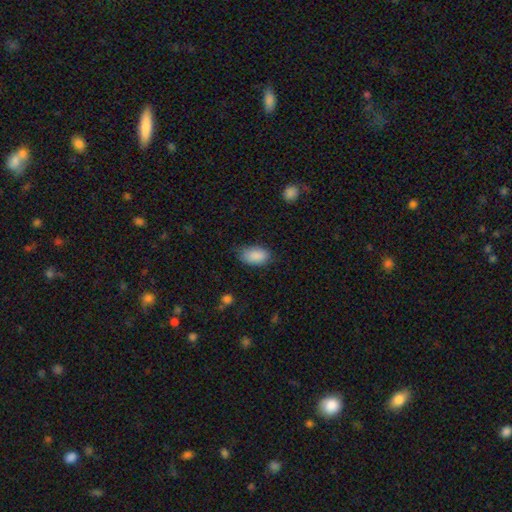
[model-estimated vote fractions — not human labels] This is clearly a smooth galaxy (89%). How rounded: clearly in between (93%). Merging: likely none (74%).